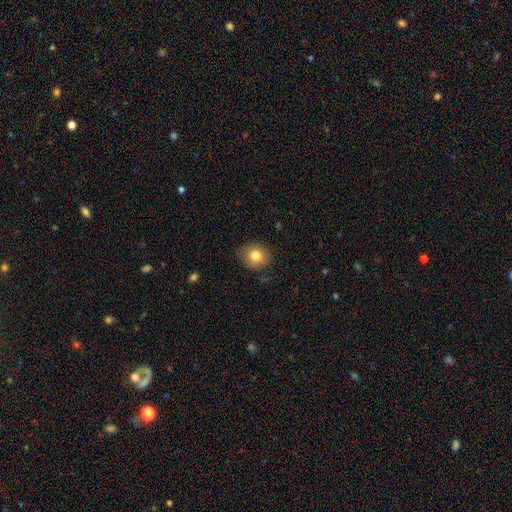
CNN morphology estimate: Smooth or featured: smooth — 78% (featured or disk — 12%)
How rounded: round — 67% (in between — 32%)
Merging: none — 78% (minor disturbance — 17%)